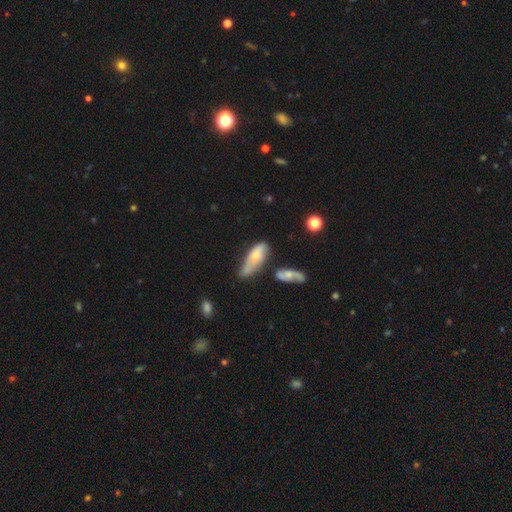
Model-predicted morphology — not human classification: type=smooth (63%); roundness=in between (72%); merging=minor disturbance (35%).